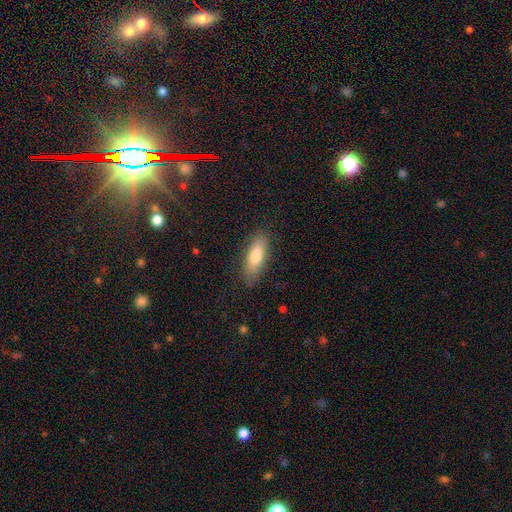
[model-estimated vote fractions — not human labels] This appears to be a smooth galaxy with no disk features (76%) that is in between round and cigar-shaped (60%). Merging: none (85%).